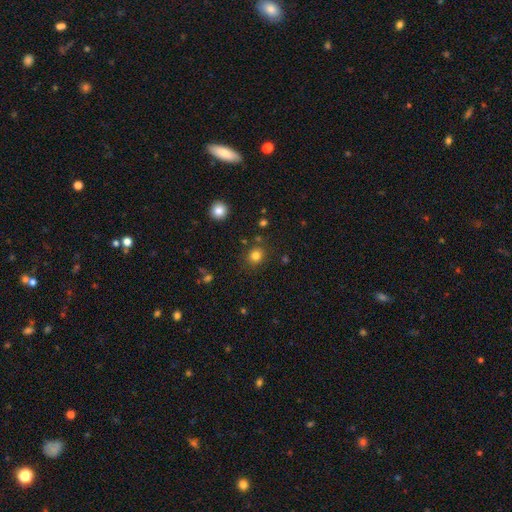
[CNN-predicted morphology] Q: Smooth or featured?
A: smooth (81%); runner-up: star or artifact (14%)
Q: How rounded?
A: round (84%); runner-up: in between (15%)
Q: Merging?
A: none (85%); runner-up: minor disturbance (8%)